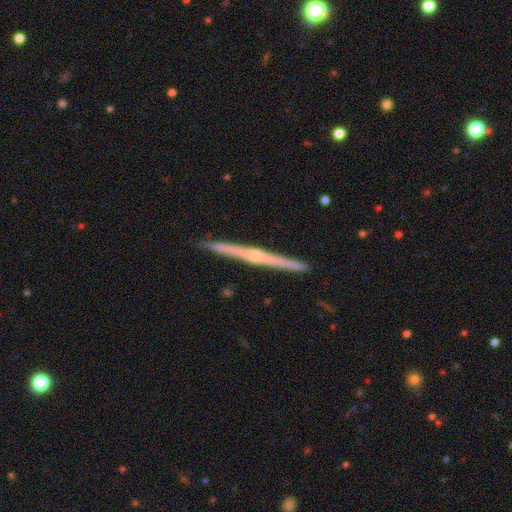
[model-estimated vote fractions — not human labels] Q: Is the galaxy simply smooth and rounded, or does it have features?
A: featured or disk — 81%.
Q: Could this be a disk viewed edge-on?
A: yes — 99%.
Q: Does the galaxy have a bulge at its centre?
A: rounded — 73%.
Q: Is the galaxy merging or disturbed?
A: none — 92%.